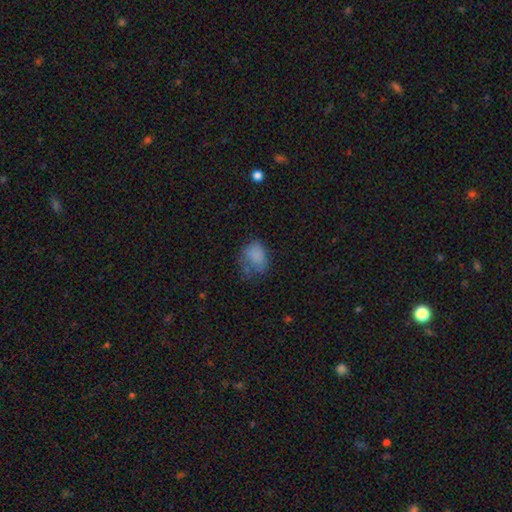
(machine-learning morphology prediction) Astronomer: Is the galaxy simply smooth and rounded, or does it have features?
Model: smooth — 78%.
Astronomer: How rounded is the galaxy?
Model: in between — 67%.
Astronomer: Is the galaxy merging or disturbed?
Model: none — 44% (runner-up: minor disturbance, 31%).